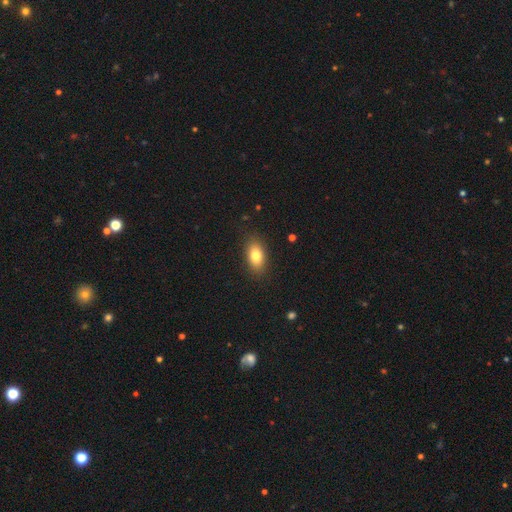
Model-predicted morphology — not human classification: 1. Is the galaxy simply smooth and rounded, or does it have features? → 80% smooth, 12% featured or disk, 8% star or artifact.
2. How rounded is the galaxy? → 88% in between, 7% round, 5% cigar-shaped.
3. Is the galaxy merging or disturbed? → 87% none, 10% minor disturbance, 2% major disturbance, 1% merger.